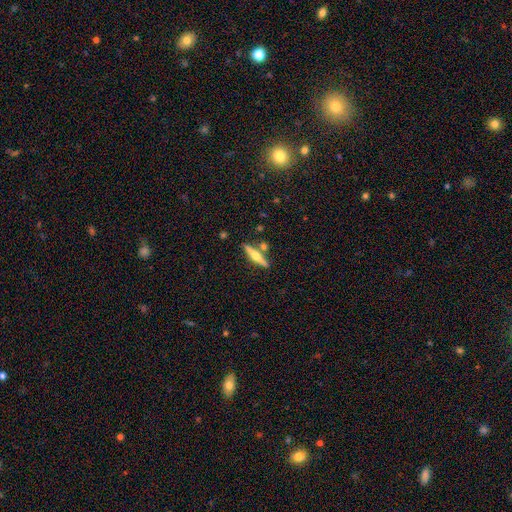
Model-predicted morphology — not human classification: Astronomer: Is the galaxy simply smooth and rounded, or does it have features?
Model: featured or disk — 65%.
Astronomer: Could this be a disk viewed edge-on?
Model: yes — 97%.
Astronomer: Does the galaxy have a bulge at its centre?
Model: rounded — 93%.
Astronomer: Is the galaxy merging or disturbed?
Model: none — 81%.